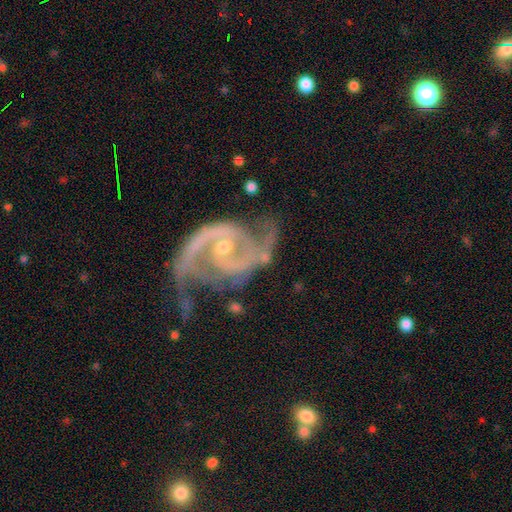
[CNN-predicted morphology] smooth-or-featured: featured or disk: 92% | star or artifact: 4% | smooth: 3%
  disk-edge-on: no: 98% | yes: 2%
    bar: no: 47% | weak: 38% | strong: 15%
    has-spiral-arms: yes: 98% | no: 2%
      spiral-winding: medium: 55% | tight: 27% | loose: 18%
      spiral-arm-count: 2: 87% | 3: 4% | can't tell: 3% | 1: 2% | 4: 2% | more than 4: 2%
    bulge-size: small: 58% | moderate: 38% | large: 1% | none: 1% | dominant: 1%
  merging: none: 53% | minor disturbance: 23% | major disturbance: 19% | merger: 5%